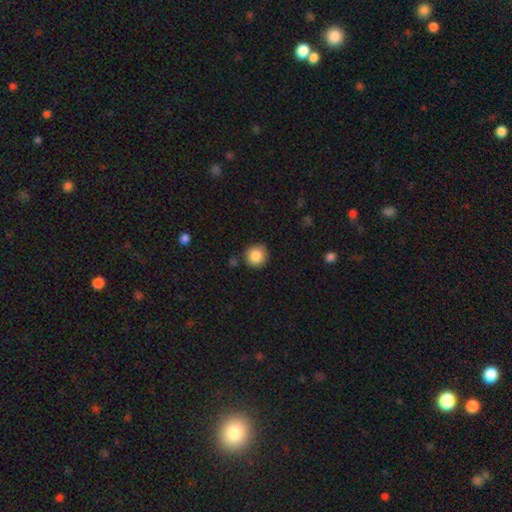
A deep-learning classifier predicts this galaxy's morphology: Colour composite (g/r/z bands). It shows a smooth galaxy with no disk features (86%) that is round (92%). Merging: none (87%).